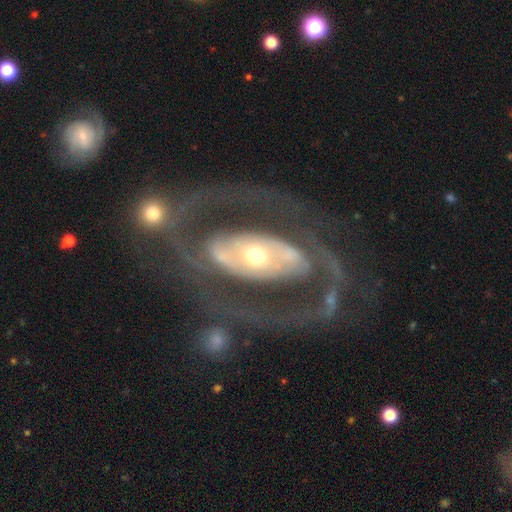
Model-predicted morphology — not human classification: featured or disk 82%, smooth 13%, star or artifact 5%. Down the decision tree: edge-on disk — no (94%); bar — no (53%); spiral arms — yes (66%); spiral arm count — 2 (77%); spiral winding — medium (43%); bulge size — moderate (61%); merging — none (63%).